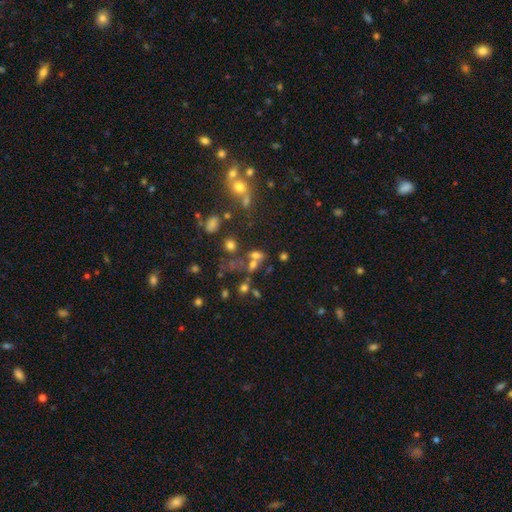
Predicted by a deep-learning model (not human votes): Smooth or featured?
  - smooth: 57% *
  - star or artifact: 25%
  - featured or disk: 19%
How rounded?
  - in between: 61% *
  - round: 34%
  - cigar-shaped: 4%
Merging?
  - merger: 44% *
  - none: 36%
  - minor disturbance: 11%
  - major disturbance: 9%